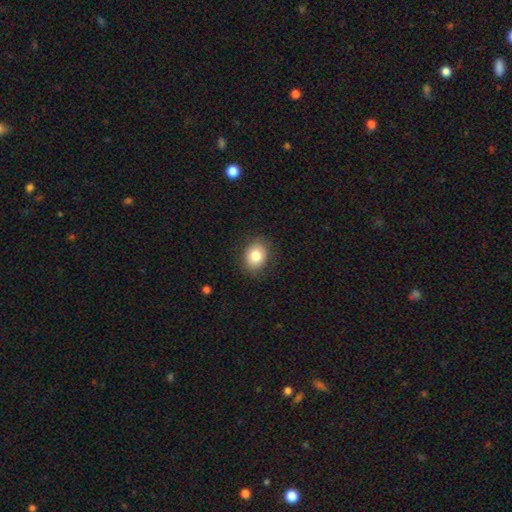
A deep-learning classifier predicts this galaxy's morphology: Q: Smooth or featured?
A: smooth (82%); runner-up: featured or disk (9%)
Q: How rounded?
A: in between (51%); runner-up: round (48%)
Q: Merging?
A: none (87%); runner-up: minor disturbance (9%)